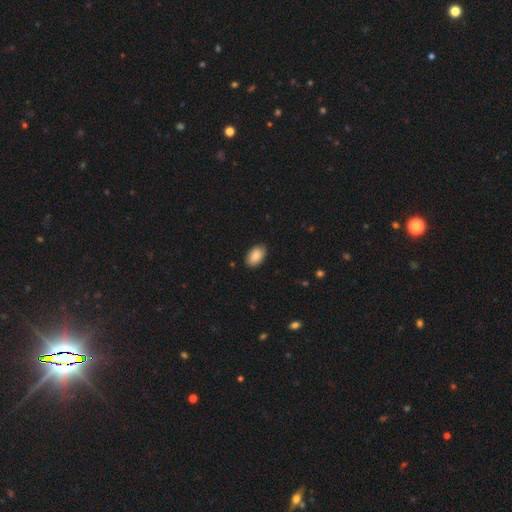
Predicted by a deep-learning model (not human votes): smooth_or_featured: smooth (p=0.89) [alt: star or artifact p=0.06]
how_rounded: in between (p=0.92) [alt: round p=0.07]
merging: none (p=0.87) [alt: minor disturbance p=0.10]